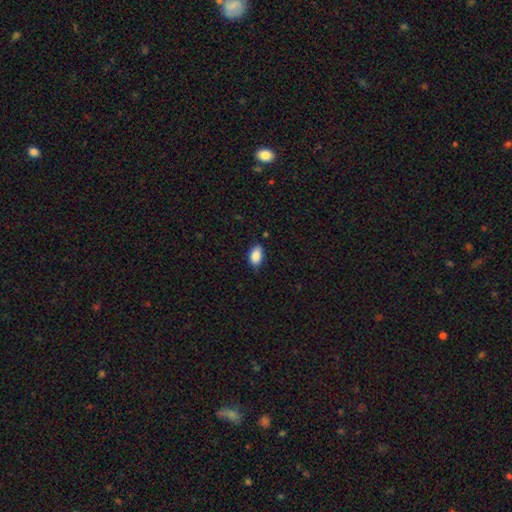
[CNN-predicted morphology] The model was most divided on "merging": none: 82%, minor disturbance: 14%, major disturbance: 2%, merger: 1%. More confident: how rounded — in between (92%); smooth or featured — smooth (88%).